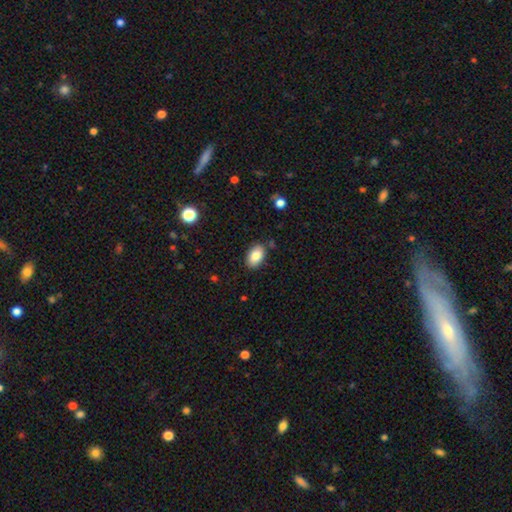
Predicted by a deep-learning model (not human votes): This appears to be a smooth galaxy with no disk features (85%) that is in between round and cigar-shaped (91%). Merging: none (85%).